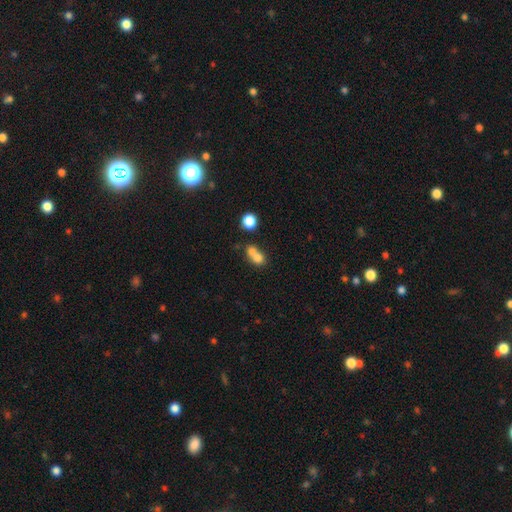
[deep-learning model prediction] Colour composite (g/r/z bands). It shows a smooth galaxy with no disk features (72%) that is round (63%). Merging: merger (65%).